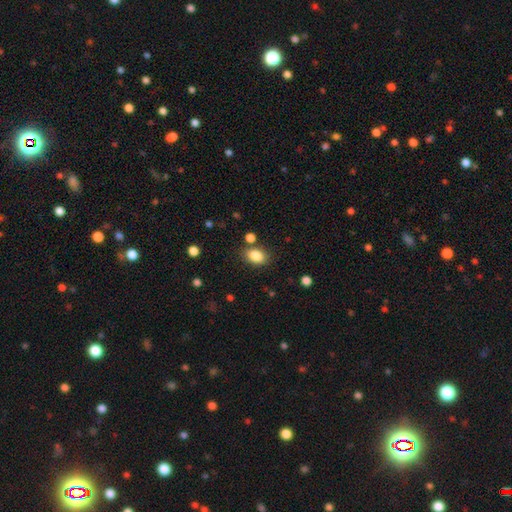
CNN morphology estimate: This appears to be a smooth galaxy with no disk features (86%) that is in between round and cigar-shaped (75%). Merging: none (78%).